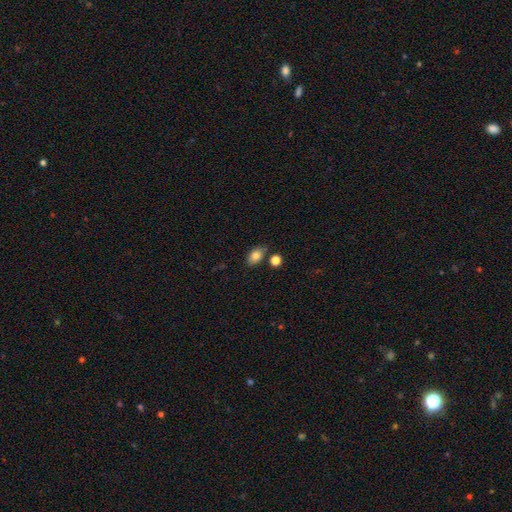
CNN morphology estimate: Smooth or featured?
  - smooth: 82% *
  - featured or disk: 9%
  - star or artifact: 9%
How rounded?
  - in between: 85% *
  - round: 13%
  - cigar-shaped: 2%
Merging?
  - none: 75% *
  - minor disturbance: 14%
  - merger: 8%
  - major disturbance: 3%